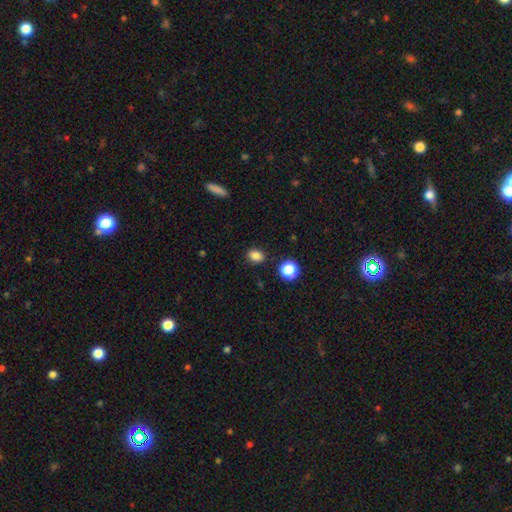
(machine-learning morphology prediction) smooth-or-featured: smooth: 84% | star or artifact: 12% | featured or disk: 4%
  how-rounded: in between: 56% | round: 43% | cigar-shaped: 1%
  merging: none: 86% | minor disturbance: 8% | merger: 3% | major disturbance: 2%